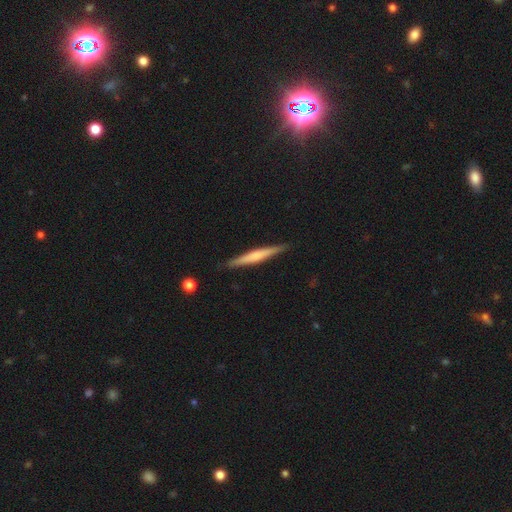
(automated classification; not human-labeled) This appears to be a featured or disk galaxy (53%) viewed edge-on (98%) with a rounded central bulge (51%). Merging: none (90%).